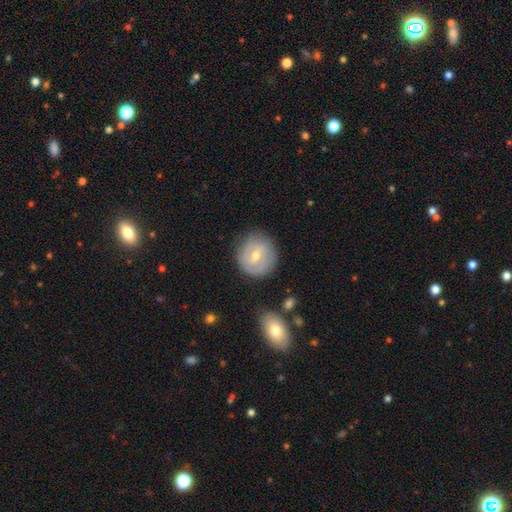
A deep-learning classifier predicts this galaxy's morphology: Smooth or featured? Predicted: featured or disk (p=0.60). Edge-on disk? Predicted: no (p=0.96). Bar? Predicted: weak (p=0.54). Spiral arms? Predicted: yes (p=0.74). Bulge size? Predicted: moderate (p=0.54). Merging? Predicted: none (p=0.79).